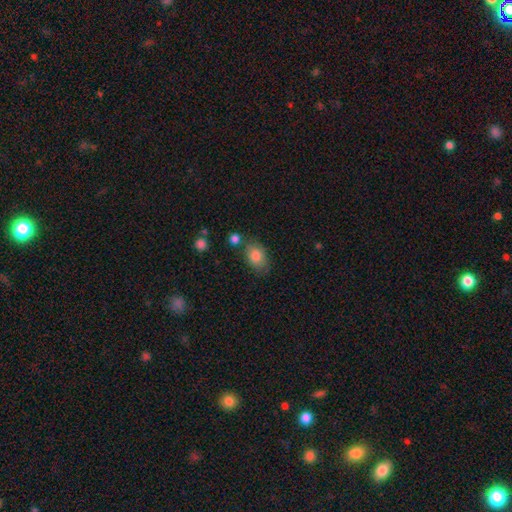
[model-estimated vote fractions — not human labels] Smooth or featured? Predicted: smooth (p=0.84). How rounded? Predicted: in between (p=0.81). Merging? Predicted: none (p=0.69).